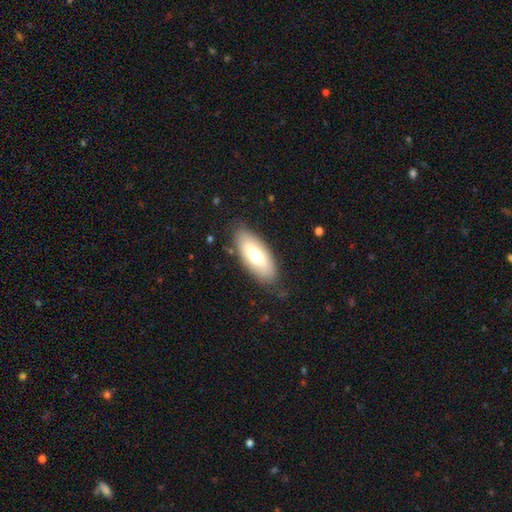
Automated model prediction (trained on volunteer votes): The model was most divided on "smooth or featured": smooth: 62%, featured or disk: 32%, star or artifact: 6%. More confident: how rounded — in between (84%); merging — none (81%).